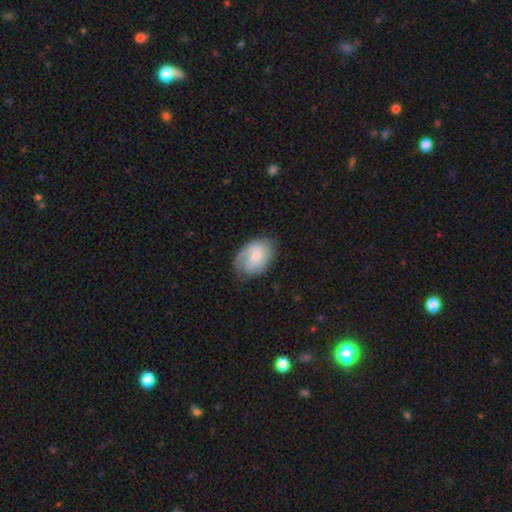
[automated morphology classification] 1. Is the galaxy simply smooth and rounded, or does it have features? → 54% featured or disk, 39% smooth, 6% star or artifact.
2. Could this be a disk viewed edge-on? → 96% no, 4% yes.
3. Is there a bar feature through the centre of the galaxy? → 60% no, 35% weak, 5% strong.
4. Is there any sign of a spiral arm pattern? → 87% yes, 13% no.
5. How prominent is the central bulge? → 50% small, 38% moderate, 6% none, 4% large, 1% dominant.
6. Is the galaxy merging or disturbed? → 67% none, 23% minor disturbance, 9% major disturbance, 1% merger.